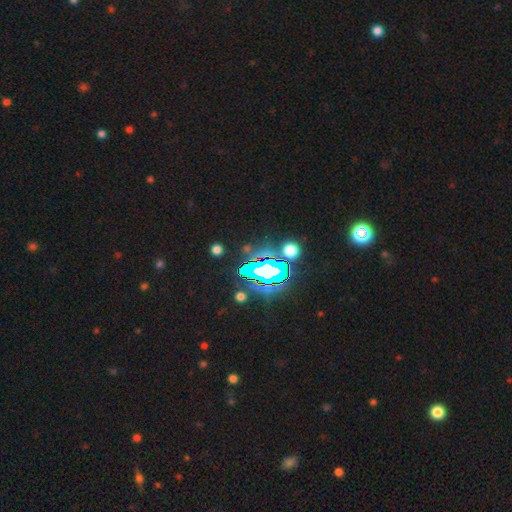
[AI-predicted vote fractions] Smooth or featured? Predicted: star or artifact (p=0.84).